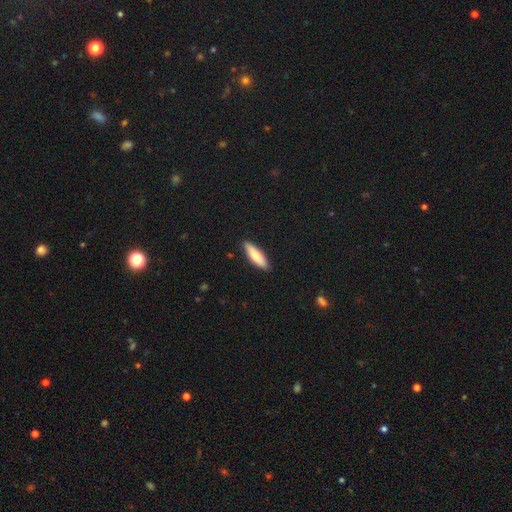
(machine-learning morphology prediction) smooth-or-featured: smooth: 78% | featured or disk: 16% | star or artifact: 5%
  how-rounded: cigar-shaped: 56% | in between: 42% | round: 2%
  merging: none: 88% | minor disturbance: 9% | major disturbance: 2% | merger: 1%